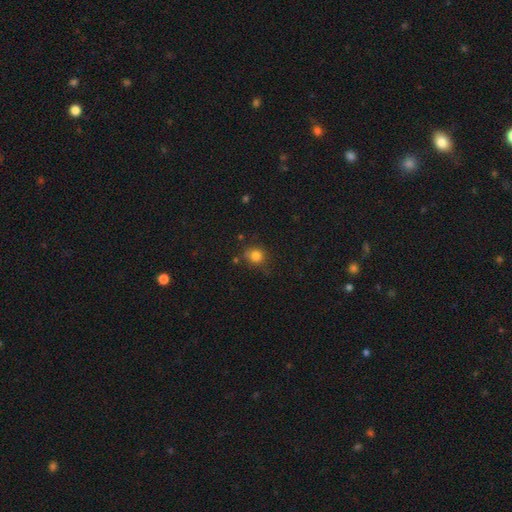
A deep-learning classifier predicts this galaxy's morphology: smooth_or_featured: smooth (p=0.81) [alt: star or artifact p=0.12]
how_rounded: round (p=0.78) [alt: in between p=0.21]
merging: none (p=0.70) [alt: minor disturbance p=0.19]